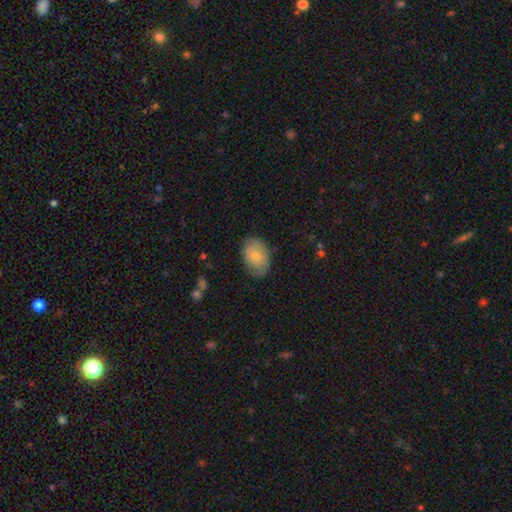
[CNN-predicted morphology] smooth_or_featured: smooth (p=0.69) [alt: featured or disk p=0.24]
how_rounded: in between (p=0.83) [alt: round p=0.16]
merging: none (p=0.72) [alt: minor disturbance p=0.22]